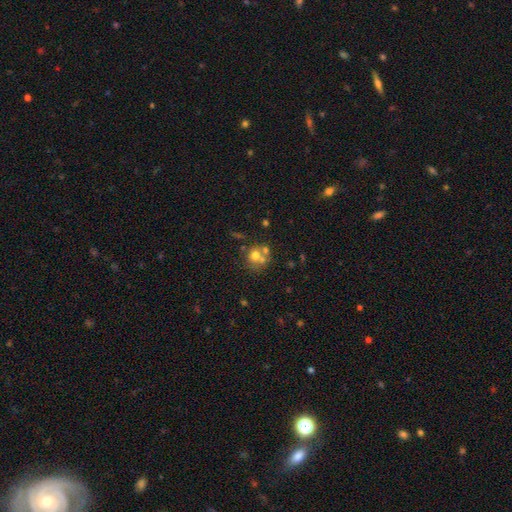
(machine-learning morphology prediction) Smooth or featured? smooth (63%)
How rounded? round (81%)
Merging? none (43%, tied with merger)